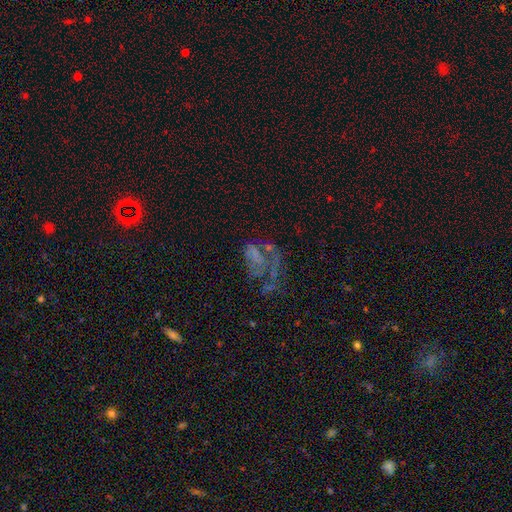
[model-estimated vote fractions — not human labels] This appears to be a featured or disk galaxy (49%). Merging: major disturbance (47%).